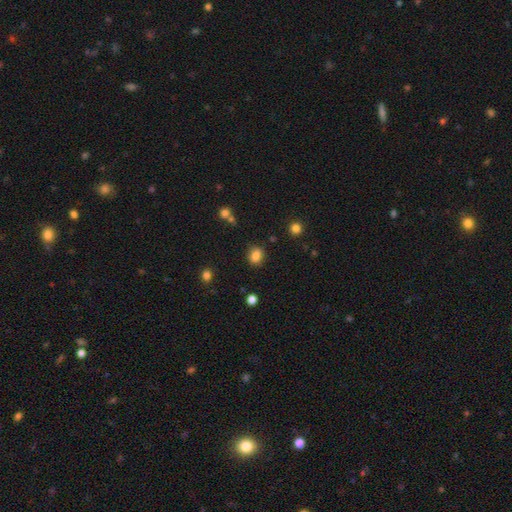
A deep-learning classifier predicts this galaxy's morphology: Overall: smooth (84%). How rounded: in between (53%; round 46%). Merging: none (82%).